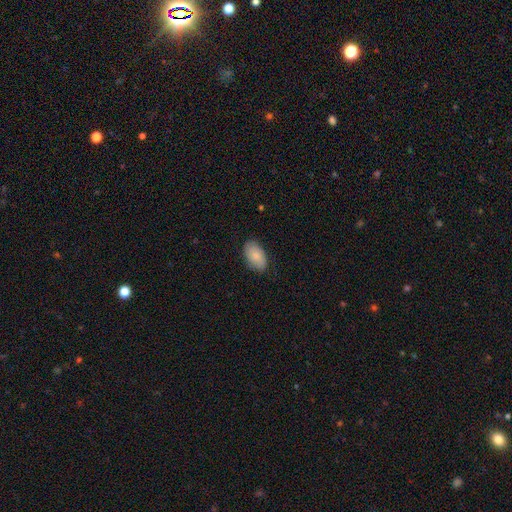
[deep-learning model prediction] smooth-or-featured: smooth: 86% | featured or disk: 8% | star or artifact: 6%
  how-rounded: in between: 95% | round: 4% | cigar-shaped: 2%
  merging: none: 84% | minor disturbance: 12% | major disturbance: 2% | merger: 1%